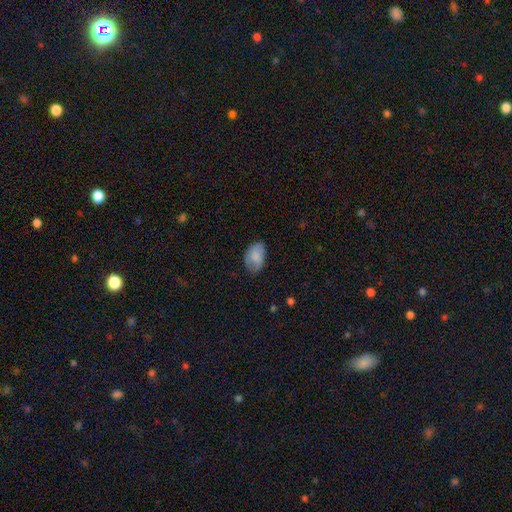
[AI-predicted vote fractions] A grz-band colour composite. It shows a smooth galaxy with no disk features (79%) that is in between round and cigar-shaped (88%). Merging: none (67%).